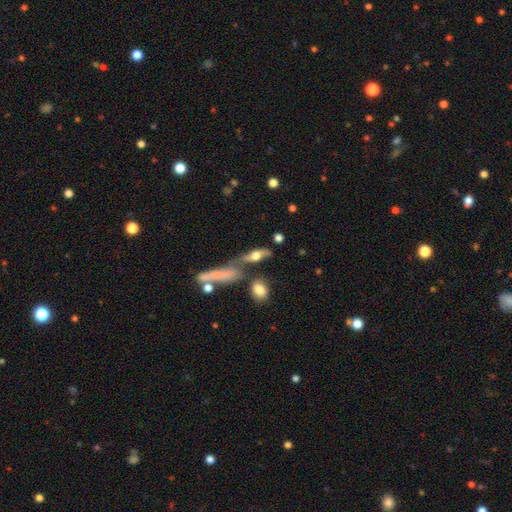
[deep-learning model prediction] Morphology: type=smooth (50%); roundness=cigar-shaped (47%); merging=none (46%).